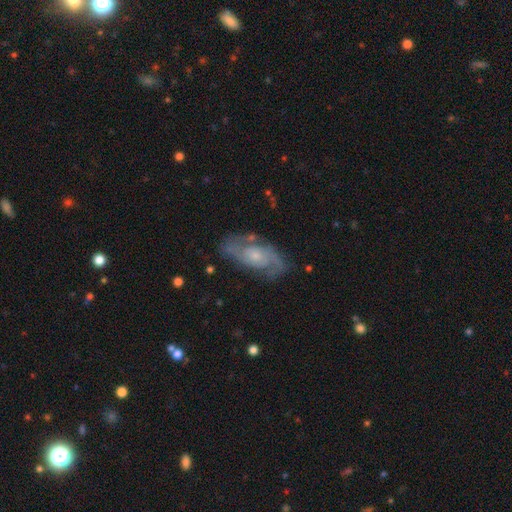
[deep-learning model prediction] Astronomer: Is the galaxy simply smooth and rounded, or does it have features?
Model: featured or disk — 78%.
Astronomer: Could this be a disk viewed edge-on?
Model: no — 93%.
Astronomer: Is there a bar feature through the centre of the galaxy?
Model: no — 72%.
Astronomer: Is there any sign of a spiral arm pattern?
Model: yes — 90%.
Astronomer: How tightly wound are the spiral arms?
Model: medium — 45% (runner-up: tight, 37%).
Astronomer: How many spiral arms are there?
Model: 2 — 72%.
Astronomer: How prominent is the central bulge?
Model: small — 60%.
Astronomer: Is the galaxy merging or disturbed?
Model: none — 71%.